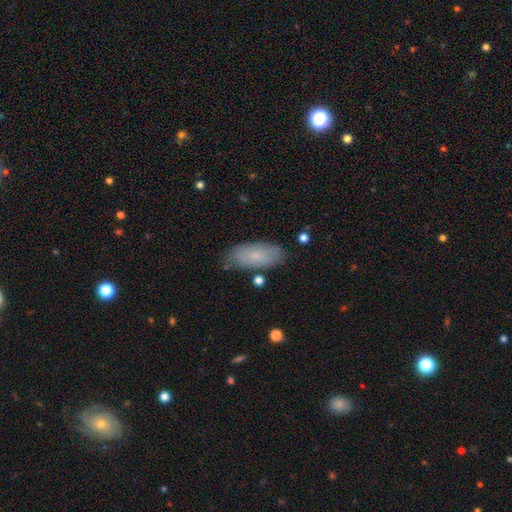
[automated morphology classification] A smooth galaxy with no disk features (76%) that is in between round and cigar-shaped (86%). Merging: none (78%).